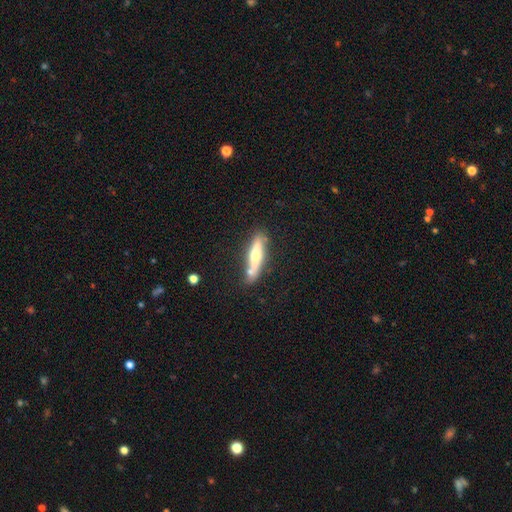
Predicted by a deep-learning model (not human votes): smooth_or_featured: featured or disk (p=0.49) [alt: smooth p=0.45]
merging: none (p=0.71) [alt: minor disturbance p=0.15]